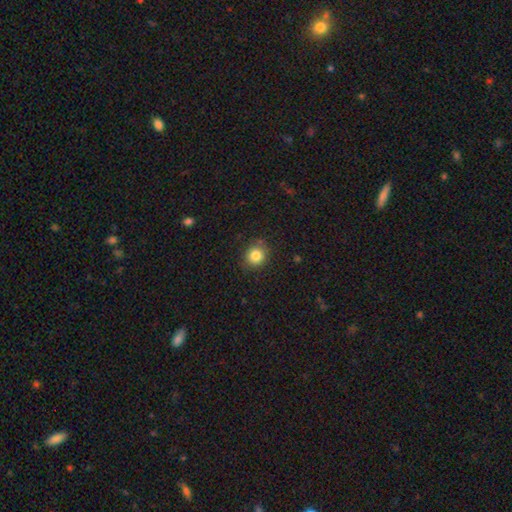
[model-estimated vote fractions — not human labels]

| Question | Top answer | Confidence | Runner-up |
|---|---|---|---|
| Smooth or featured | smooth | 84% | star or artifact (11%) |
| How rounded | round | 83% | in between (16%) |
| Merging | none | 86% | minor disturbance (10%) |